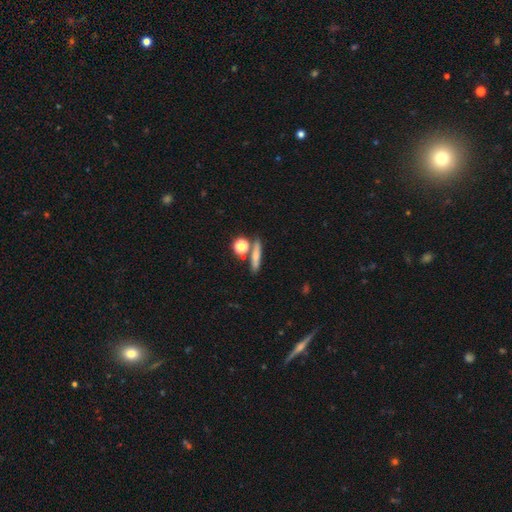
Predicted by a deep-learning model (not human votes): This is likely a smooth galaxy (68%). How rounded: likely cigar-shaped (62%). Merging: likely none (72%).